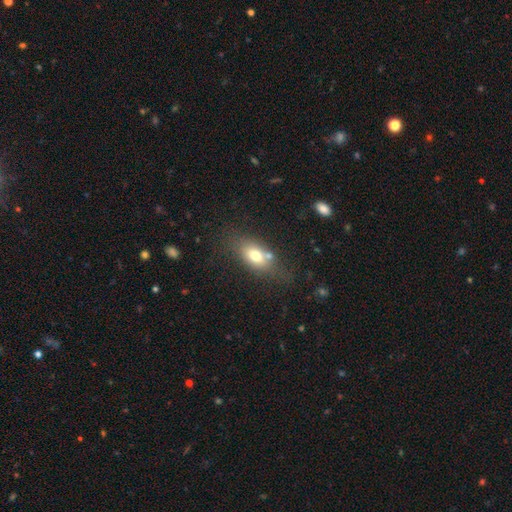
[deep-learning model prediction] smooth_or_featured: smooth (p=0.71) [alt: featured or disk p=0.20]
how_rounded: in between (p=0.81) [alt: round p=0.12]
merging: none (p=0.56) [alt: minor disturbance p=0.18]